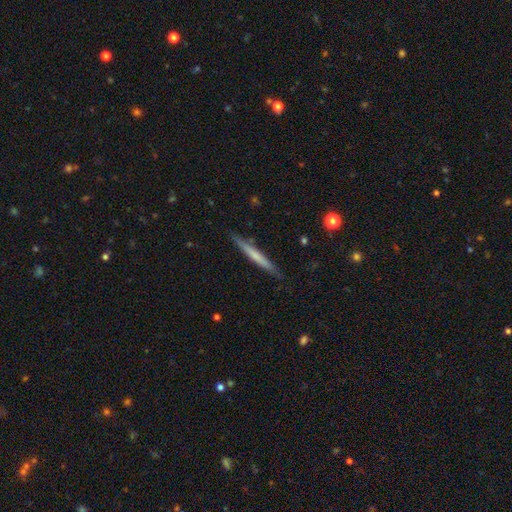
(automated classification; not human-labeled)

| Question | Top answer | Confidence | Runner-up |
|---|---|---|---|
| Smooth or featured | smooth | 55% | featured or disk (40%) |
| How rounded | cigar-shaped | 96% | in between (2%) |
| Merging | none | 87% | minor disturbance (10%) |